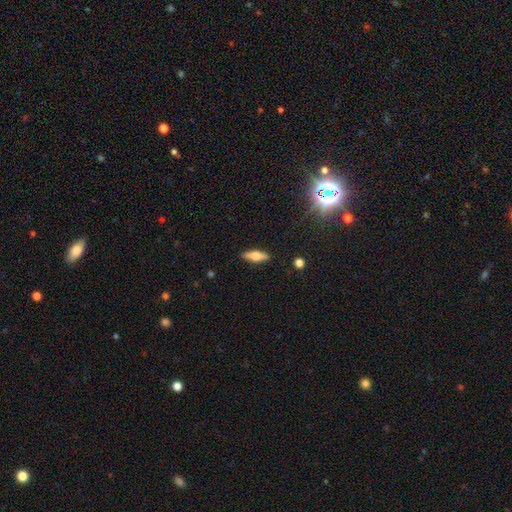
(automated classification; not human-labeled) Smooth or featured?
  - smooth: 51% *
  - featured or disk: 41%
  - star or artifact: 8%
How rounded?
  - cigar-shaped: 52% *
  - in between: 45%
  - round: 3%
Merging?
  - none: 88% *
  - minor disturbance: 8%
  - major disturbance: 2%
  - merger: 1%